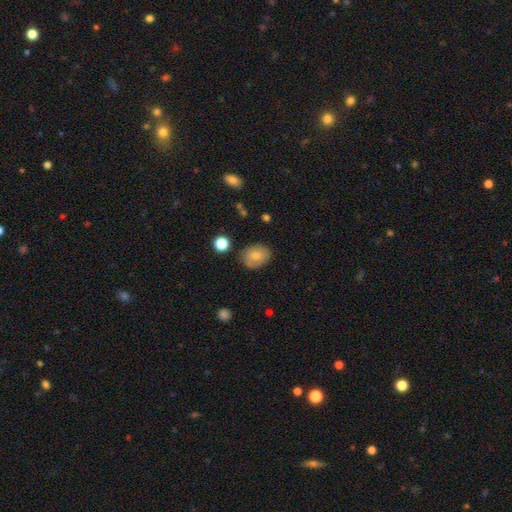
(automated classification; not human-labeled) A smooth galaxy with no disk features (77%) that is round (54%).

Vote fractions:
- Smooth or featured? smooth: 77% / featured or disk: 14% / star or artifact: 9%
- How rounded? round: 54% / in between: 45% / cigar-shaped: 1%
- Merging? none: 80% / minor disturbance: 14% / major disturbance: 3% / merger: 2%